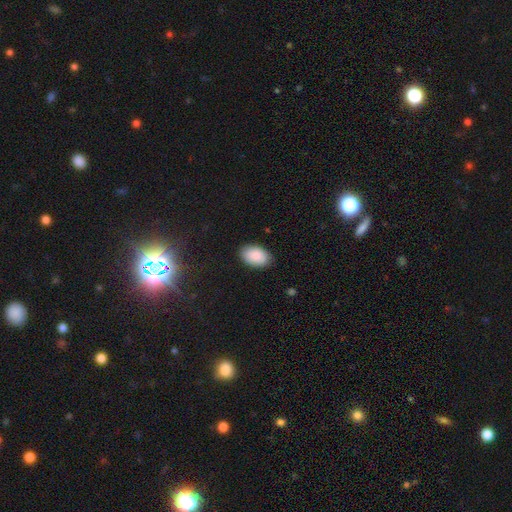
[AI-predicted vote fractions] A smooth galaxy with no disk features (88%) that is in between round and cigar-shaped (92%).

Vote fractions:
- Smooth or featured? smooth: 88% / star or artifact: 6% / featured or disk: 6%
- How rounded? in between: 92% / round: 7% / cigar-shaped: 1%
- Merging? none: 86% / minor disturbance: 11% / major disturbance: 2% / merger: 1%